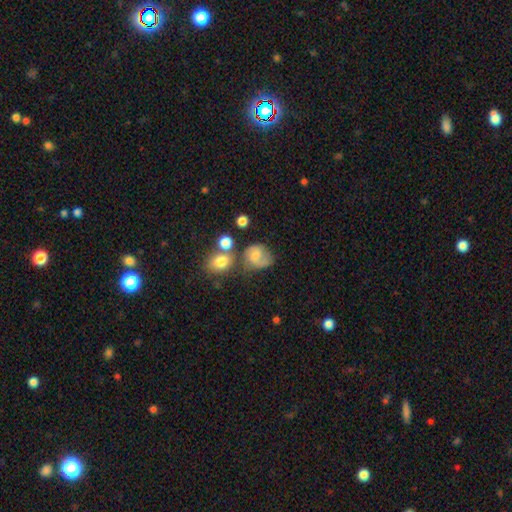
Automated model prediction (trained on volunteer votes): Smooth or featured?
  - smooth: 53% *
  - featured or disk: 37%
  - star or artifact: 10%
How rounded?
  - round: 64% *
  - in between: 35%
  - cigar-shaped: 1%
Merging?
  - none: 45% *
  - minor disturbance: 25%
  - major disturbance: 15%
  - merger: 14%